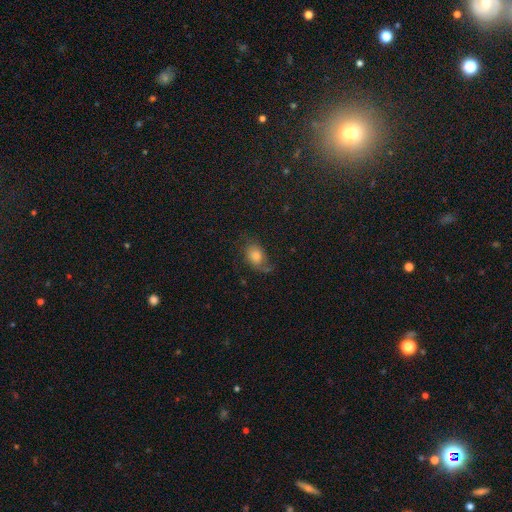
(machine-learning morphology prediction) Smooth or featured: smooth — 52% (featured or disk — 35%)
How rounded: in between — 69% (round — 29%)
Merging: none — 54% (minor disturbance — 25%)